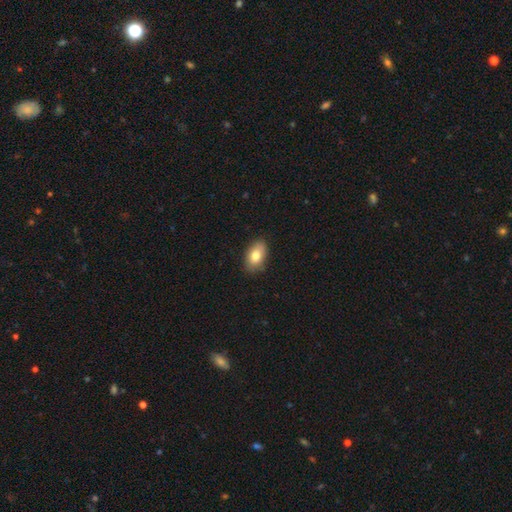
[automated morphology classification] The model was most divided on "smooth or featured": smooth: 80%, featured or disk: 13%, star or artifact: 7%. More confident: how rounded — in between (90%); merging — none (85%).